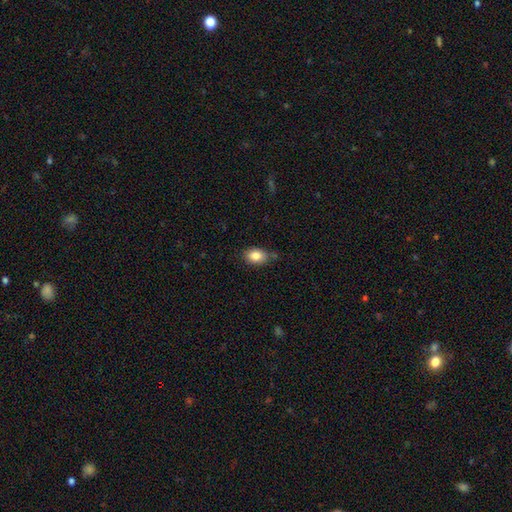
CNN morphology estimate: This appears to be a smooth galaxy with no disk features (84%) that is in between round and cigar-shaped (79%). Merging: none (72%).